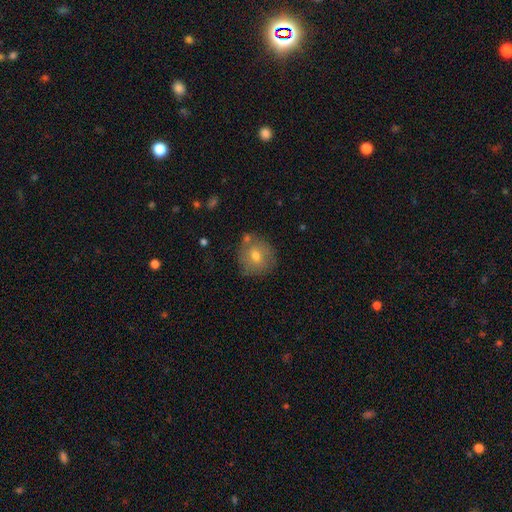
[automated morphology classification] Smooth or featured? smooth (68%)
How rounded? round (88%)
Merging? none (74%)